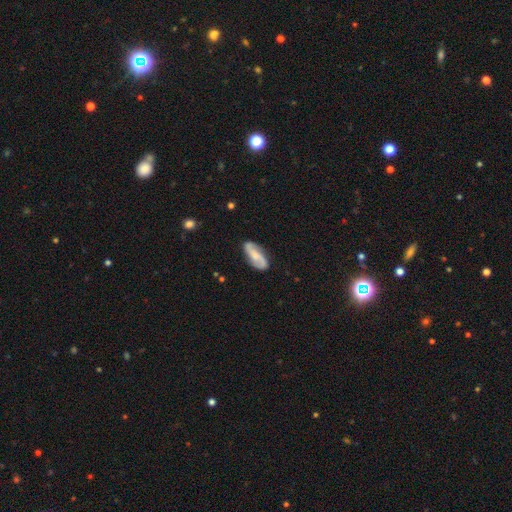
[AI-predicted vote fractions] Morphology: type=featured or disk (67%); edge-on=no (93%); bar=no (44%); spiral arms=yes (94%); winding=loose (47%); arm count=2 (91%); bulge=small (38%); merging=none (82%).